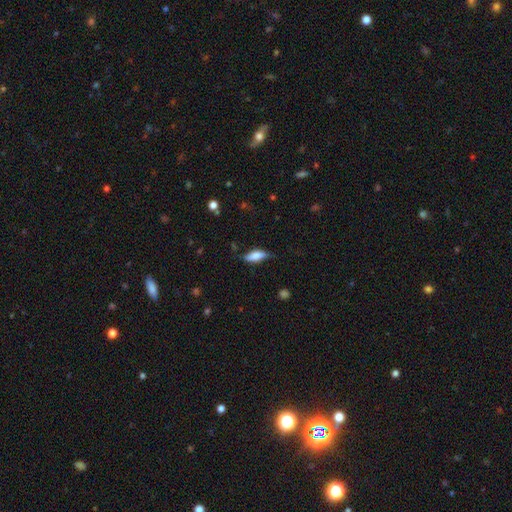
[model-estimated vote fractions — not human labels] The model was most divided on "merging": none: 66%, minor disturbance: 26%, major disturbance: 6%, merger: 2%. More confident: smooth or featured — smooth (73%); how rounded — in between (71%).